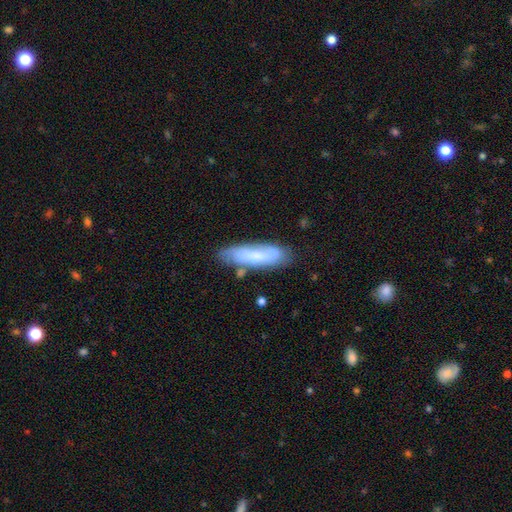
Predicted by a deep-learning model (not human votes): Morphology: type=smooth (57%); roundness=cigar-shaped (58%); merging=none (67%).